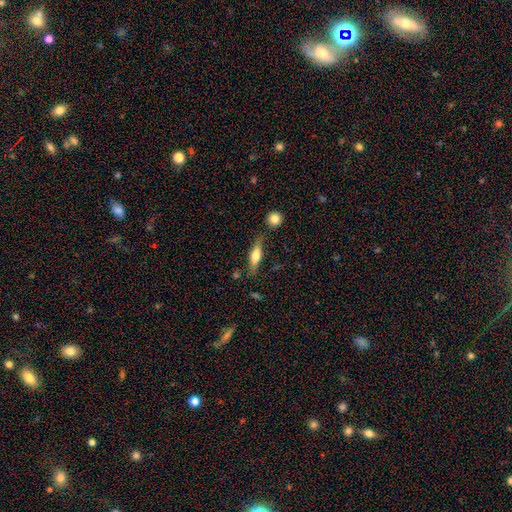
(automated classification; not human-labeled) This is possibly a smooth galaxy (50%). How rounded: likely cigar-shaped (61%). Merging: likely none (75%).